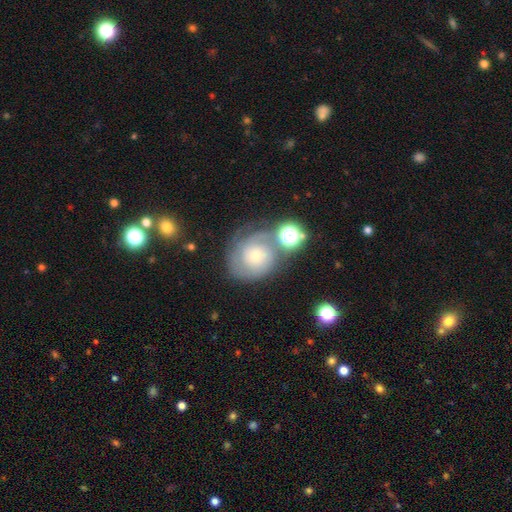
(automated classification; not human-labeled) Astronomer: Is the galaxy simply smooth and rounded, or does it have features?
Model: featured or disk — 71%.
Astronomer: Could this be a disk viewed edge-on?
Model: no — 97%.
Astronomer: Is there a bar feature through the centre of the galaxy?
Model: no — 75%.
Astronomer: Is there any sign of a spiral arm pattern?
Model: yes — 92%.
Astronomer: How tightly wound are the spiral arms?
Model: tight — 62%.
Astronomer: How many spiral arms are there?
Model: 2 — 45% (runner-up: can't tell, 27%).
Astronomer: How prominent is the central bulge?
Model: small — 49% (runner-up: moderate, 44%).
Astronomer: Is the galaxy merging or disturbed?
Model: none — 62%.